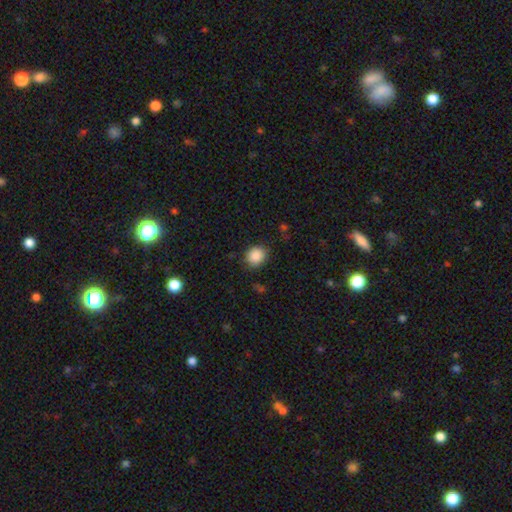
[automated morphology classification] The model was most divided on "how rounded": round: 71%, in between: 29%, cigar-shaped: 1%. More confident: smooth or featured — smooth (88%); merging — none (80%).